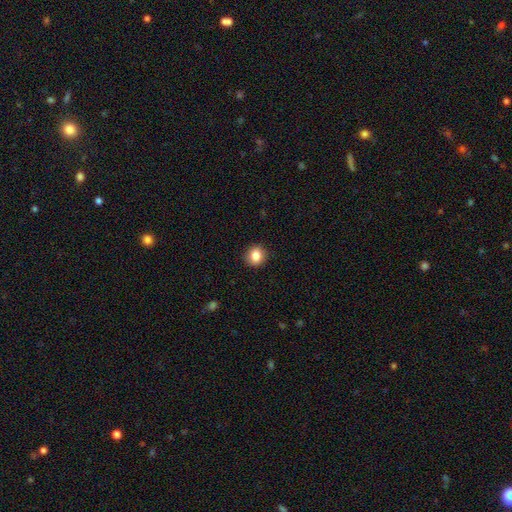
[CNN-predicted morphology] Q: Smooth or featured?
A: smooth (85%); runner-up: star or artifact (9%)
Q: How rounded?
A: round (82%); runner-up: in between (17%)
Q: Merging?
A: none (90%); runner-up: minor disturbance (7%)